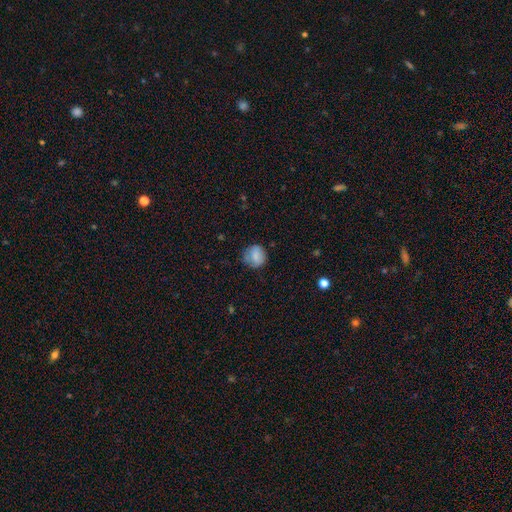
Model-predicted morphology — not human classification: Smooth or featured? smooth (79%)
How rounded? round (80%)
Merging? none (67%)